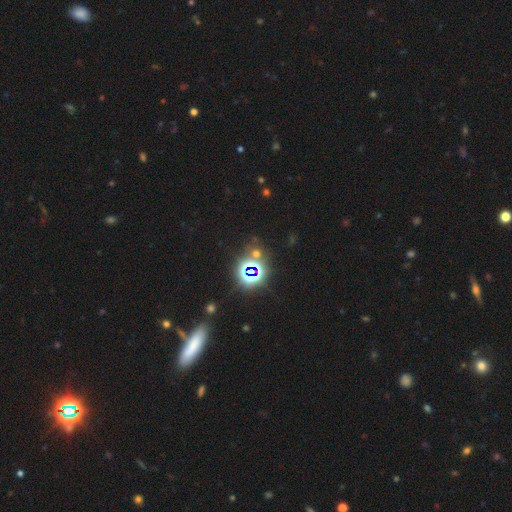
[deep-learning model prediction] smooth-or-featured: star or artifact: 74% | smooth: 18% | featured or disk: 9%